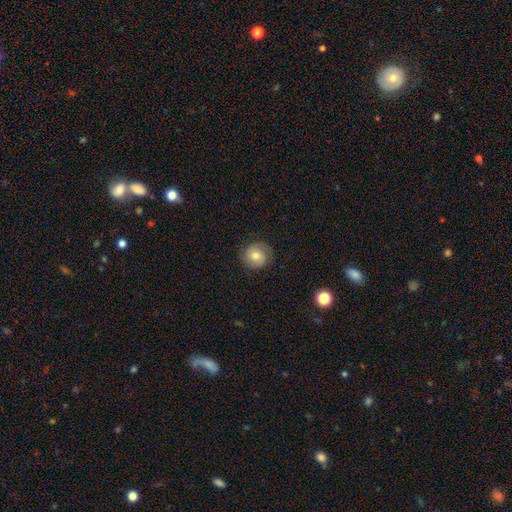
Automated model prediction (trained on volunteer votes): Smooth or featured? Predicted: smooth (p=0.66). How rounded? Predicted: round (p=0.87). Merging? Predicted: none (p=0.83).